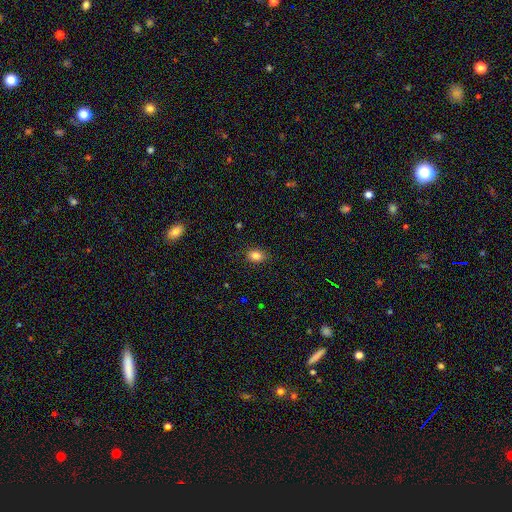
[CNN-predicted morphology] type=smooth (84%); roundness=in between (63%); merging=none (87%).